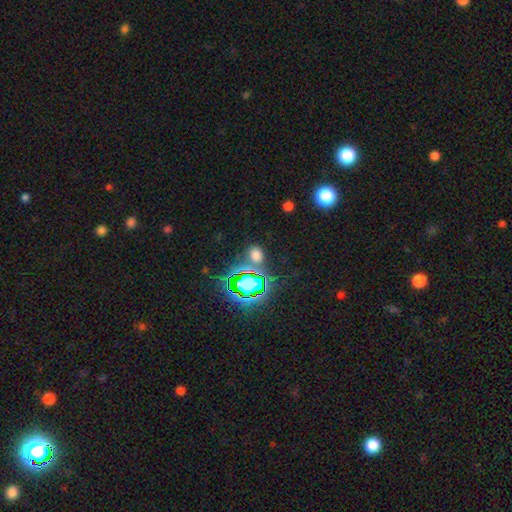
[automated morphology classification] smooth 53%, star or artifact 40%, featured or disk 7%. Down the decision tree: how rounded — round (61%); merging — none (76%).